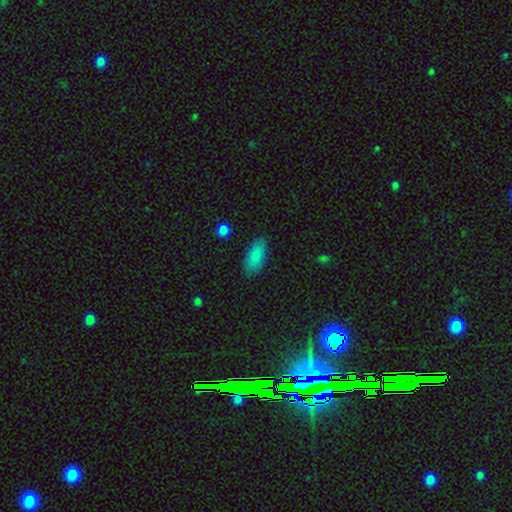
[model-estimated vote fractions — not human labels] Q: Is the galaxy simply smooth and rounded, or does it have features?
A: smooth — 87%.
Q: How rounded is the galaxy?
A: in between — 87%.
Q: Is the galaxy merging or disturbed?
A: none — 85%.